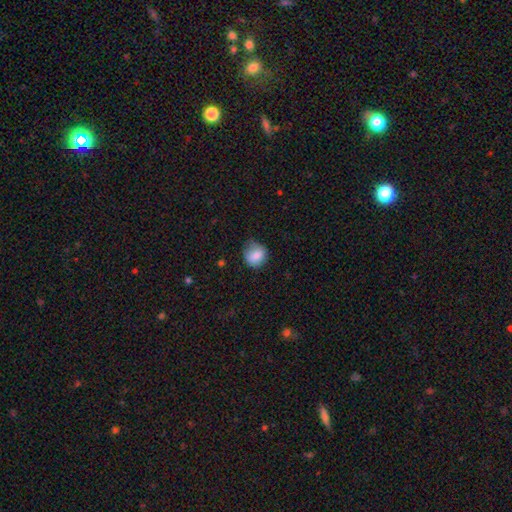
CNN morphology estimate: A smooth galaxy with no disk features (82%) that is round (77%).

Vote fractions:
- Smooth or featured? smooth: 82% / featured or disk: 10% / star or artifact: 8%
- How rounded? round: 77% / in between: 22% / cigar-shaped: 1%
- Merging? none: 64% / minor disturbance: 27% / major disturbance: 7% / merger: 1%